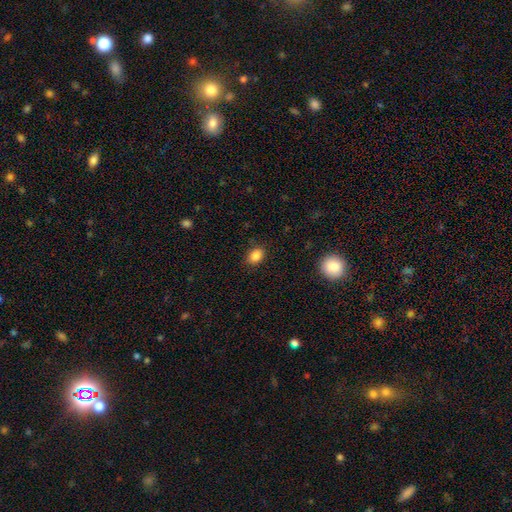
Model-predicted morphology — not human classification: Smooth or featured: smooth — 86% (star or artifact — 10%)
How rounded: in between — 69% (round — 30%)
Merging: none — 86% (minor disturbance — 10%)